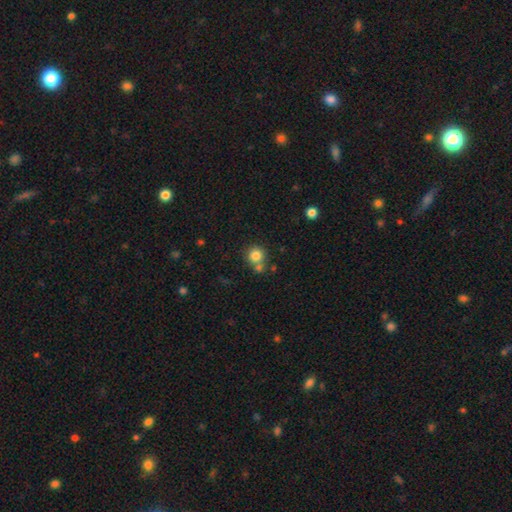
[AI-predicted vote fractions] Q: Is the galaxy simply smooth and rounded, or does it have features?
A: smooth — 81%.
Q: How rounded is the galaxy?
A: round — 90%.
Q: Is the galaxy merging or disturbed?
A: none — 62%.